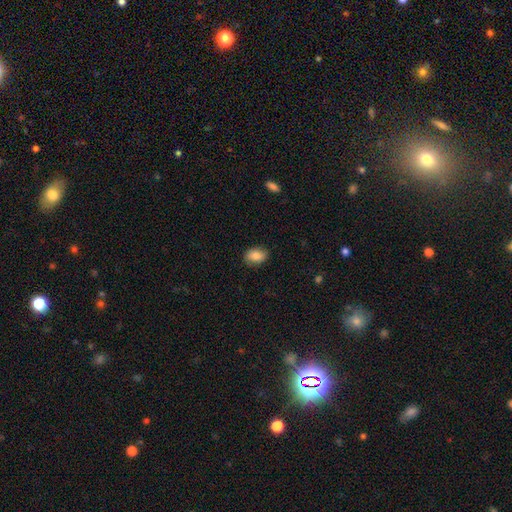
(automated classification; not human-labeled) The model was most divided on "how rounded": in between: 80%, round: 18%, cigar-shaped: 1%. More confident: merging — none (85%); smooth or featured — smooth (81%).